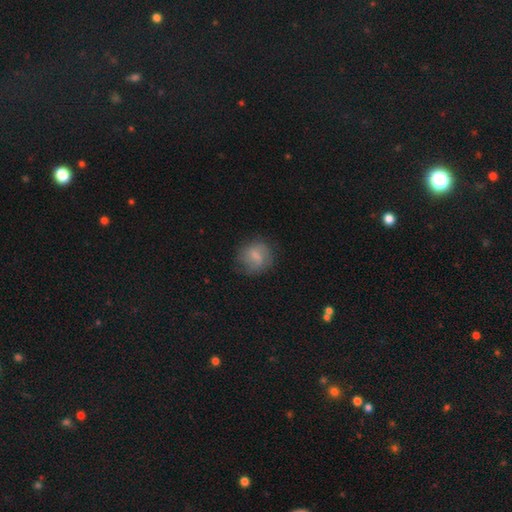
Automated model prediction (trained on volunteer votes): This is likely a smooth galaxy (65%). How rounded: likely round (77%). Merging: likely none (68%).